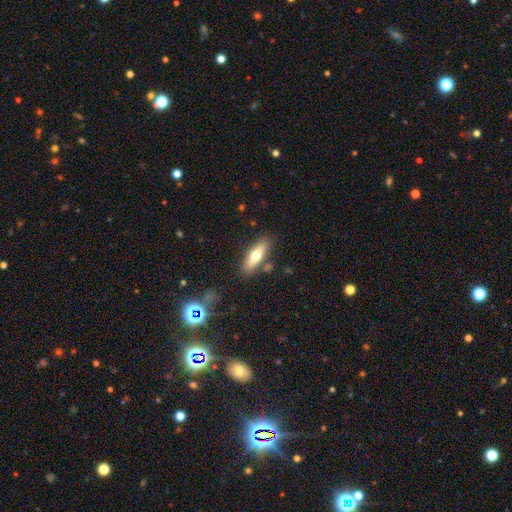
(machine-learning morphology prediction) The model was most divided on "how rounded": in between: 51%, cigar-shaped: 46%, round: 3%. More confident: merging — none (81%); smooth or featured — smooth (62%).